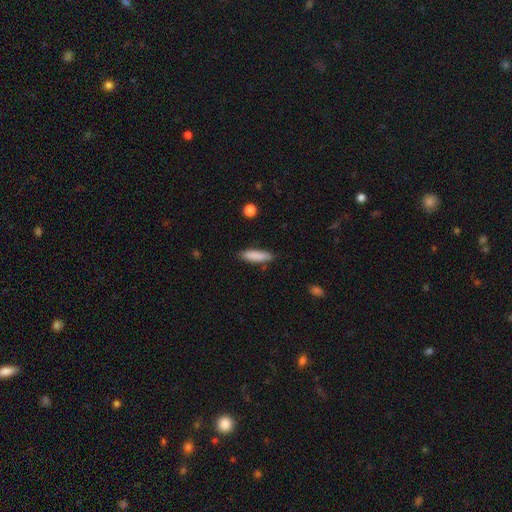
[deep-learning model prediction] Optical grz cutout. It shows a smooth galaxy with no disk features (86%) that is cigar-shaped (64%). Merging: none (82%).